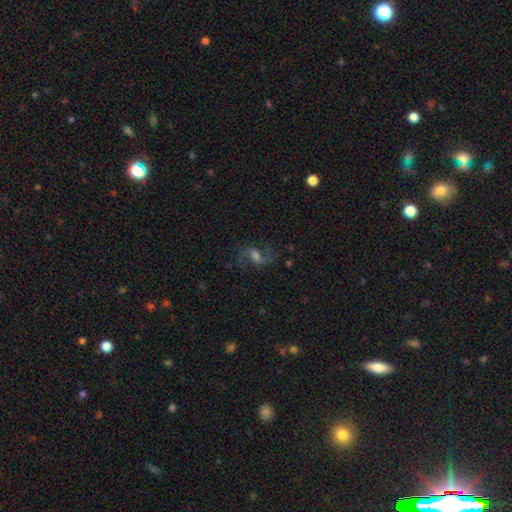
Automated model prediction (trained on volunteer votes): Q: Smooth or featured?
A: featured or disk (67%); runner-up: smooth (18%)
Q: Edge-on disk?
A: no (95%); runner-up: yes (5%)
Q: Bar?
A: weak (53%); runner-up: strong (26%)
Q: Spiral arms?
A: yes (91%); runner-up: no (9%)
Q: Spiral winding?
A: loose (63%); runner-up: medium (31%)
Q: Spiral arm count?
A: 2 (89%); runner-up: can't tell (4%)
Q: Bulge size?
A: moderate (36%); runner-up: small (25%)
Q: Merging?
A: none (70%); runner-up: minor disturbance (15%)